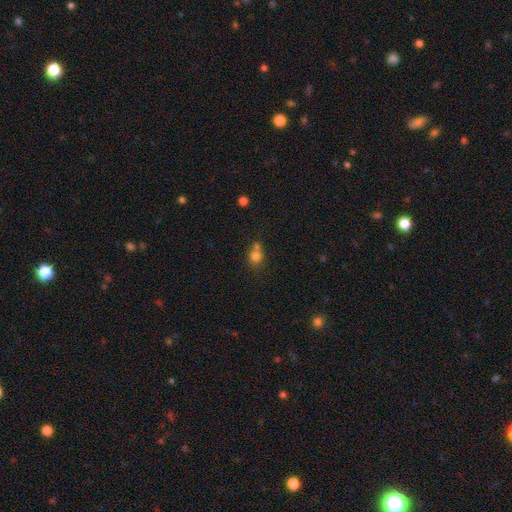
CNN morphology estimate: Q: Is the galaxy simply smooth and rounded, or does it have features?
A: smooth — 77%.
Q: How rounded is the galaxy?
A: round — 77%.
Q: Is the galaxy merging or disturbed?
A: none — 46%.